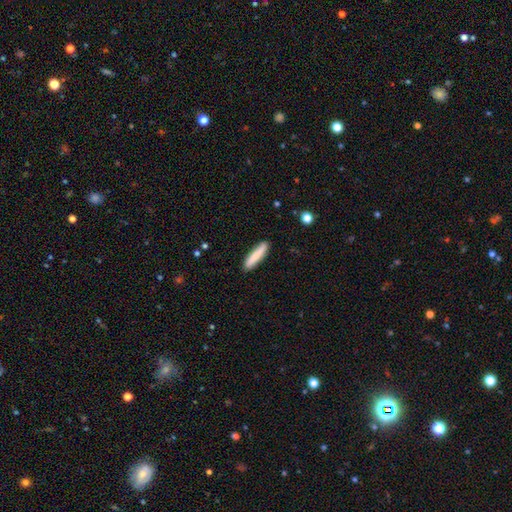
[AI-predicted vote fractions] Morphology: type=smooth (78%); roundness=cigar-shaped (87%); merging=none (89%).